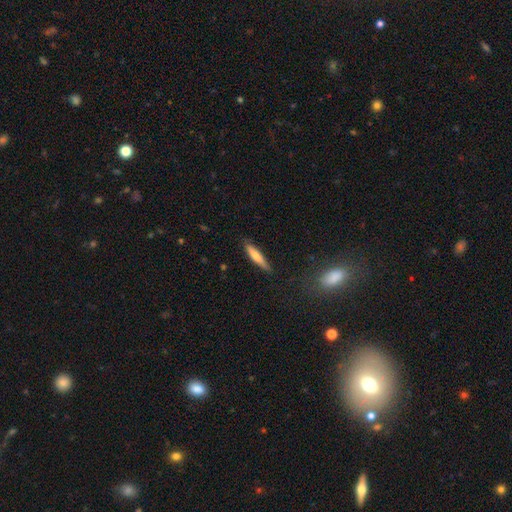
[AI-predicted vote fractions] The model was most divided on "smooth or featured": smooth: 69%, featured or disk: 25%, star or artifact: 7%. More confident: how rounded — cigar-shaped (87%); merging — none (83%).